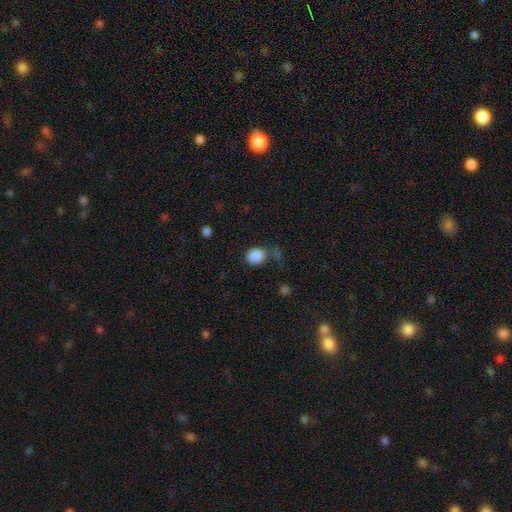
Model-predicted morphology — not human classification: Overall: smooth (88%). How rounded: round (57%; in between 42%). Merging: none (61%).